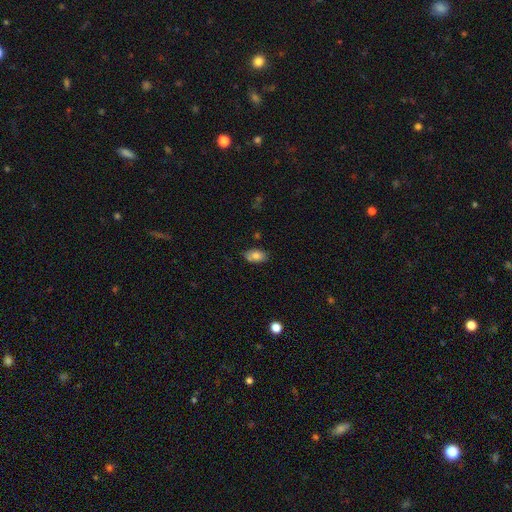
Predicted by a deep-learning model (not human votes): Smooth or featured: smooth — 79% (featured or disk — 13%)
How rounded: in between — 91% (round — 6%)
Merging: none — 76% (minor disturbance — 18%)